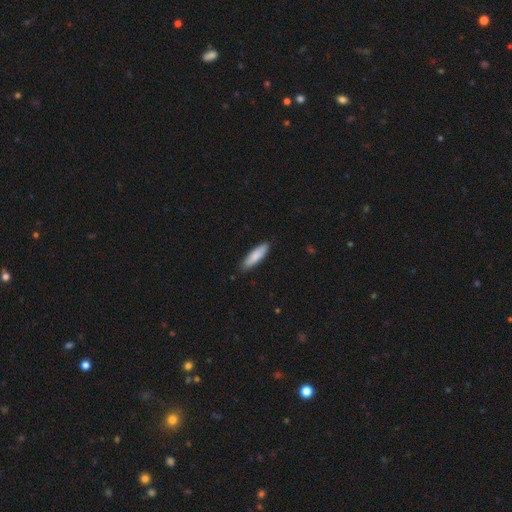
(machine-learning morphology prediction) This appears to be a smooth galaxy with no disk features (83%) that is cigar-shaped (60%). Merging: none (86%).